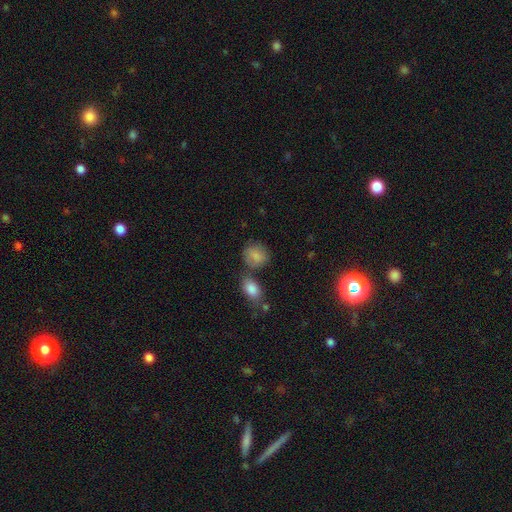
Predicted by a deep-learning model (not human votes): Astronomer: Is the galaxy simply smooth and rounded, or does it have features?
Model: smooth — 84%.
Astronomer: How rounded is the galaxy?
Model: round — 62% (runner-up: in between, 37%).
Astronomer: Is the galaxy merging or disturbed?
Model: none — 60%.